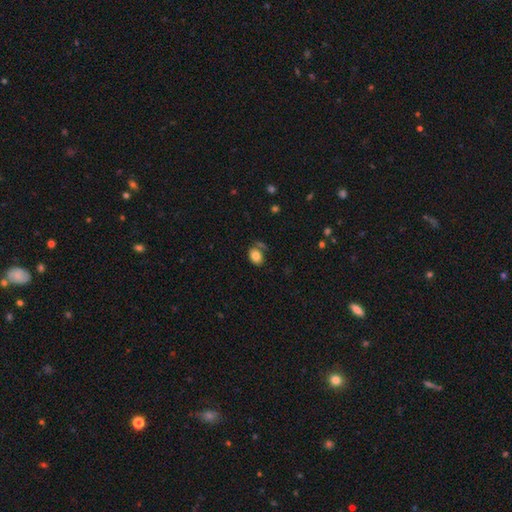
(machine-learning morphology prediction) Smooth or featured: smooth — 83% (star or artifact — 9%)
How rounded: in between — 76% (round — 23%)
Merging: none — 65% (minor disturbance — 16%)